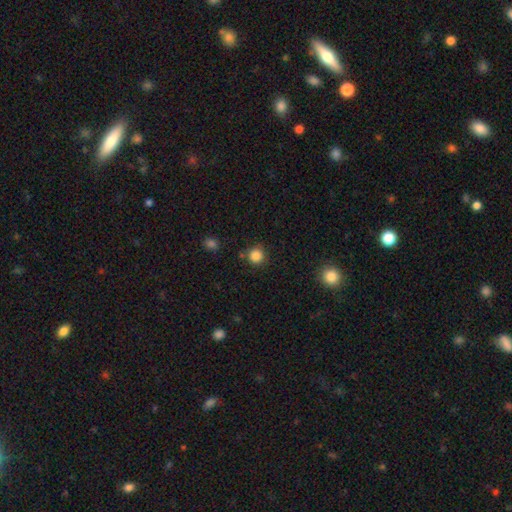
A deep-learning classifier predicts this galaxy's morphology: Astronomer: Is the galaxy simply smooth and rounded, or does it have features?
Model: smooth — 85%.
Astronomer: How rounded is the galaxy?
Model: round — 94%.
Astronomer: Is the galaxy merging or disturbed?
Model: none — 84%.